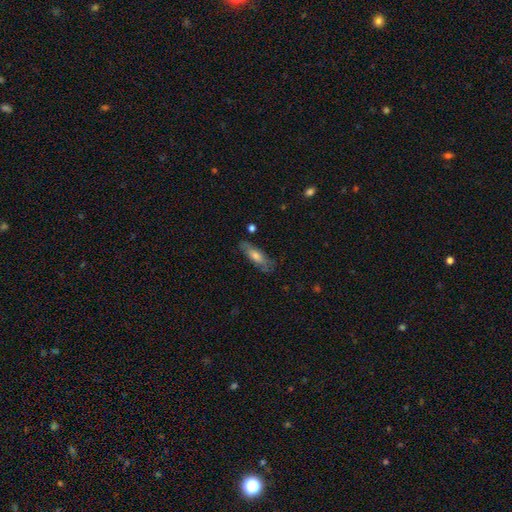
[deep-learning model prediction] A smooth galaxy with no disk features (55%) that is in between round and cigar-shaped (49%). Merging: none (73%).